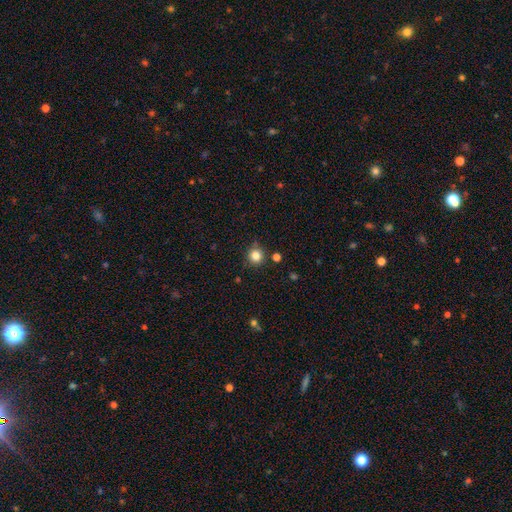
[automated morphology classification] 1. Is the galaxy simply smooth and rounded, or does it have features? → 82% smooth, 13% star or artifact, 5% featured or disk.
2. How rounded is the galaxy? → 93% round, 6% in between, 1% cigar-shaped.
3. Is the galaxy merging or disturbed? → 83% none, 10% minor disturbance, 4% merger, 3% major disturbance.